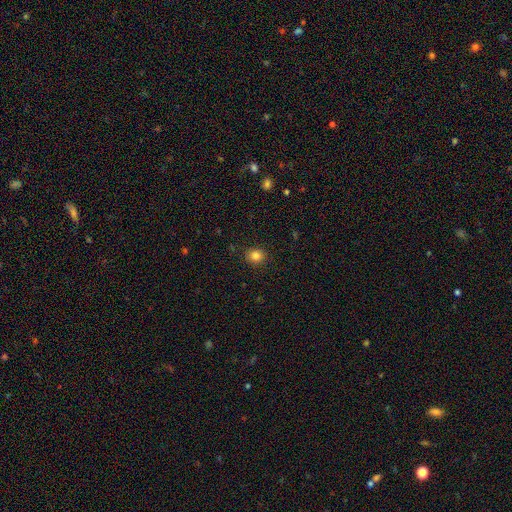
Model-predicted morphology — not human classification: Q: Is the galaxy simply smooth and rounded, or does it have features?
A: smooth — 83%.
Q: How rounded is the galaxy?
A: round — 76%.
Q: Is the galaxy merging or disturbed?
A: none — 90%.